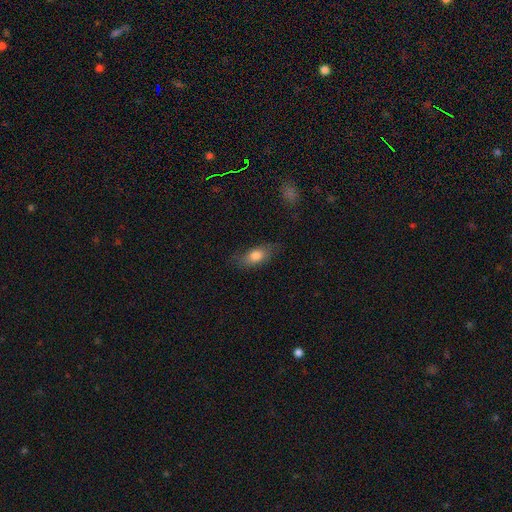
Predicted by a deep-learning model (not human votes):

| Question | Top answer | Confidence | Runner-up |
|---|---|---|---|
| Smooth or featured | smooth | 76% | featured or disk (16%) |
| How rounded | in between | 80% | cigar-shaped (14%) |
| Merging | none | 73% | minor disturbance (20%) |